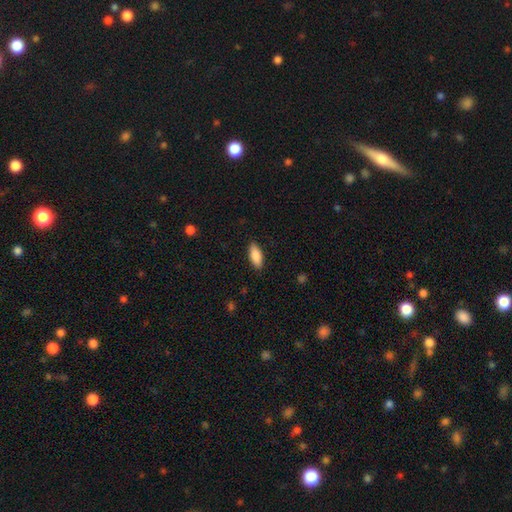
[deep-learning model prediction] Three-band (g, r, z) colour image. It shows a smooth galaxy with no disk features (87%) that is in between round and cigar-shaped (80%). Merging: none (88%).